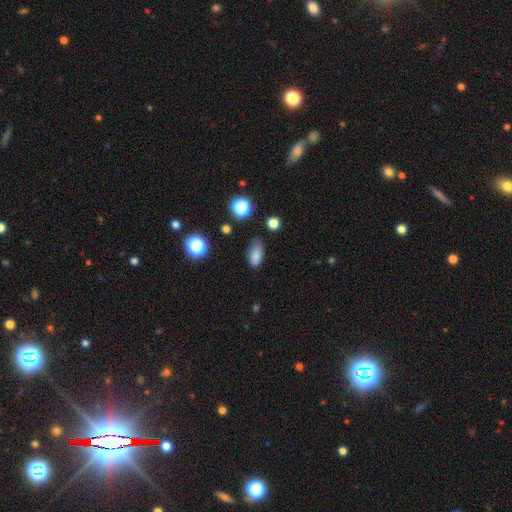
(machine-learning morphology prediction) This is clearly a smooth galaxy (81%). How rounded: clearly in between (88%). Merging: likely none (67%).